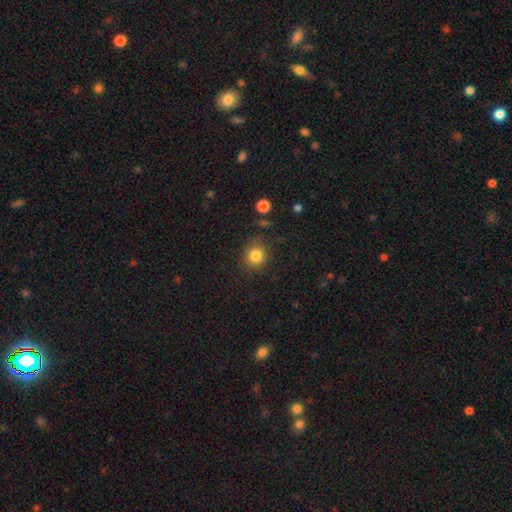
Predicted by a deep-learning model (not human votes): A smooth galaxy with no disk features (83%) that is round (82%). Merging: none (83%).